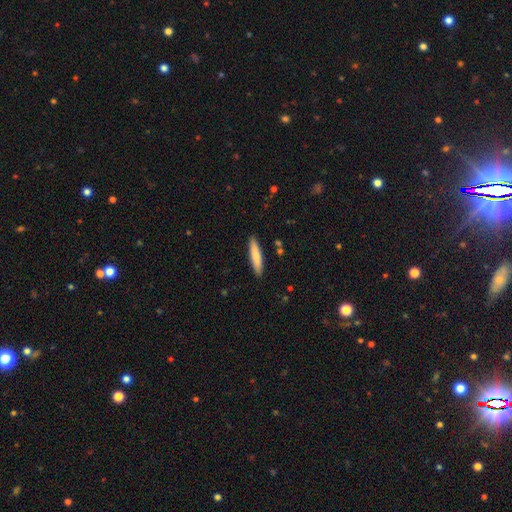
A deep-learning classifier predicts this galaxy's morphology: Smooth or featured? Predicted: smooth (p=0.79). How rounded? Predicted: cigar-shaped (p=0.83). Merging? Predicted: none (p=0.89).